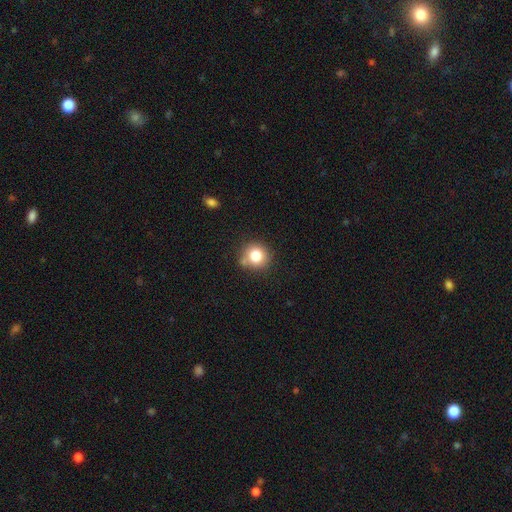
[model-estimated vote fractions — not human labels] Smooth or featured? Predicted: smooth (p=0.80). How rounded? Predicted: round (p=0.89). Merging? Predicted: none (p=0.74).